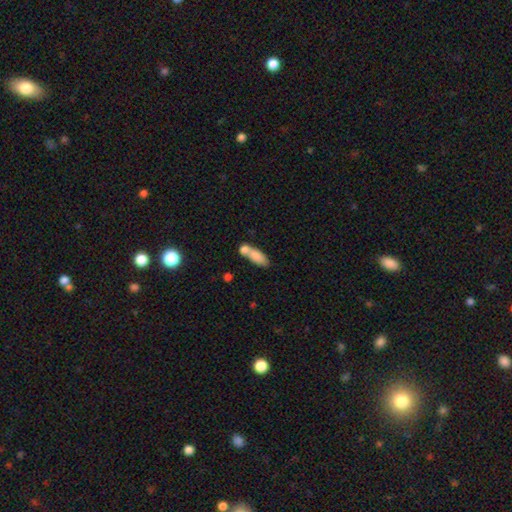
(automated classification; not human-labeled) smooth_or_featured: smooth (p=0.79) [alt: featured or disk p=0.13]
how_rounded: in between (p=0.67) [alt: cigar-shaped p=0.30]
merging: merger (p=0.42) [alt: none p=0.39]